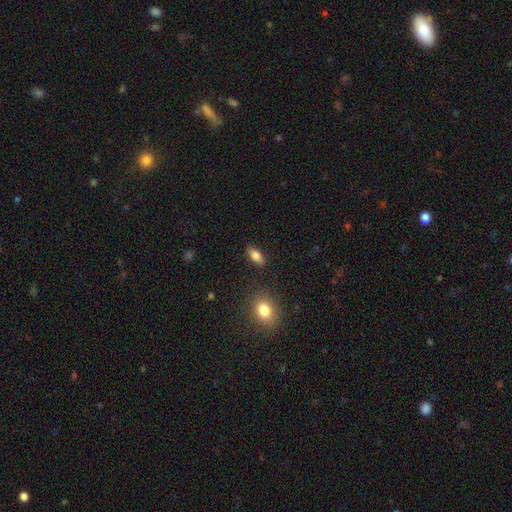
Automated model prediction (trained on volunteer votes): Smooth or featured? Predicted: smooth (p=0.76). How rounded? Predicted: in between (p=0.80). Merging? Predicted: none (p=0.87).